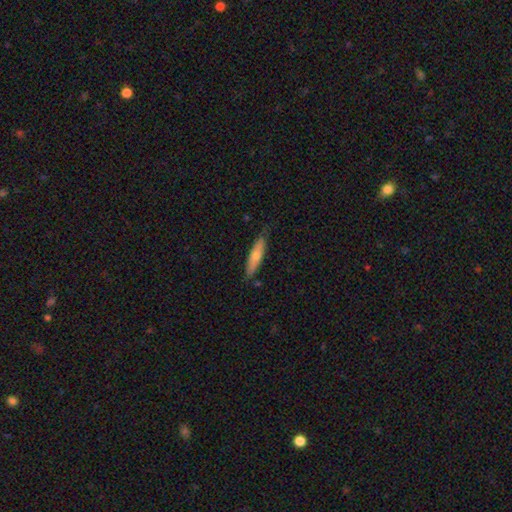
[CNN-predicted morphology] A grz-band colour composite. It shows a smooth galaxy with no disk features (66%) that is cigar-shaped (74%). Merging: none (75%).